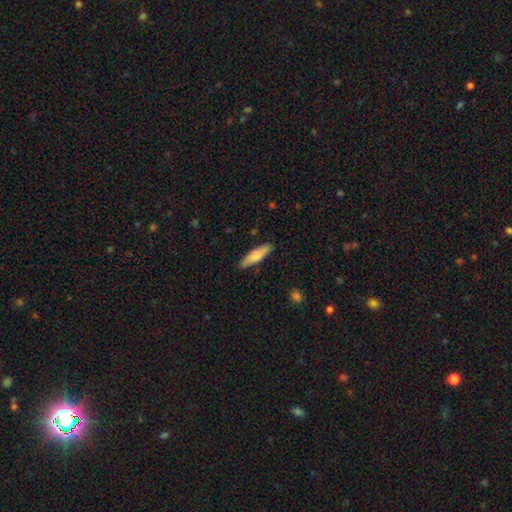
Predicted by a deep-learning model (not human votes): A smooth galaxy with no disk features (65%) that is cigar-shaped (67%).

Vote fractions:
- Smooth or featured? smooth: 65% / featured or disk: 29% / star or artifact: 6%
- How rounded? cigar-shaped: 67% / in between: 31% / round: 2%
- Merging? none: 89% / minor disturbance: 8% / major disturbance: 2% / merger: 1%